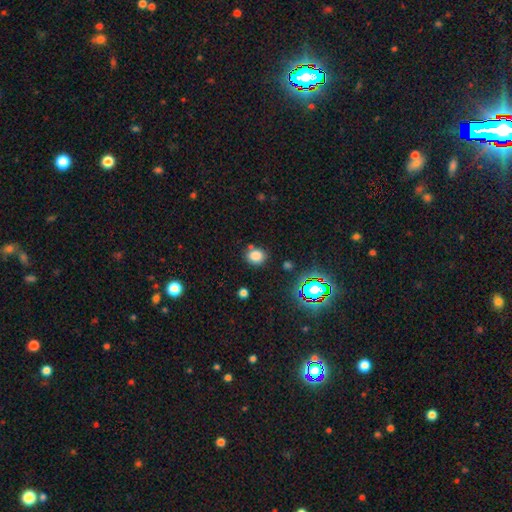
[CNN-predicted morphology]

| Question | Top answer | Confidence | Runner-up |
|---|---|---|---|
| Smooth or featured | smooth | 79% | star or artifact (15%) |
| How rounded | round | 69% | in between (30%) |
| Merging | none | 75% | minor disturbance (13%) |